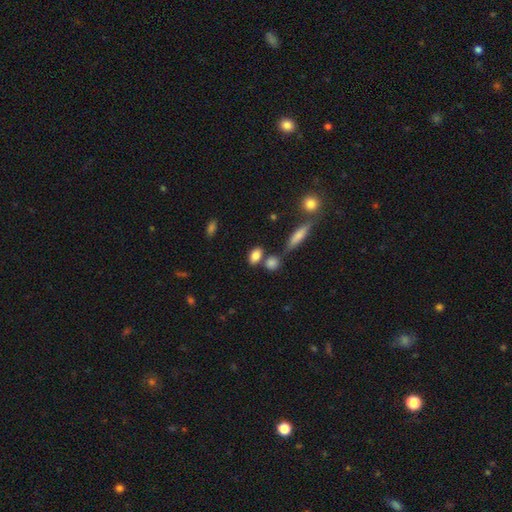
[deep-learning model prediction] This is clearly a smooth galaxy (83%). How rounded: likely in between (77%). Merging: likely none (67%).